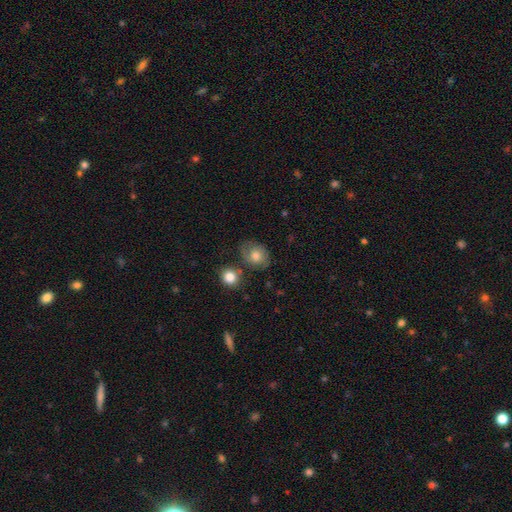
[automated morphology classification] Q: Smooth or featured?
A: smooth (63%); runner-up: featured or disk (28%)
Q: How rounded?
A: round (50%); runner-up: in between (49%)
Q: Merging?
A: none (67%); runner-up: minor disturbance (20%)